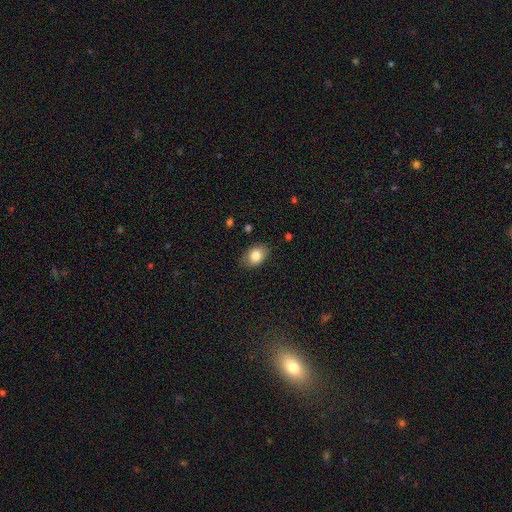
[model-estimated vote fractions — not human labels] A smooth galaxy with no disk features (82%) that is in between round and cigar-shaped (76%). Merging: none (81%).